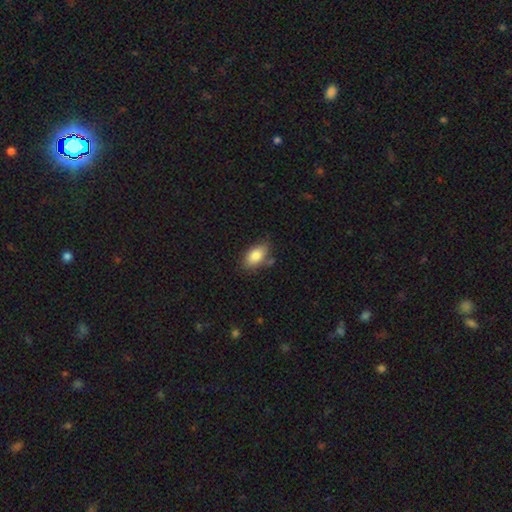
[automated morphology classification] Q: Smooth or featured?
A: smooth (84%); runner-up: featured or disk (9%)
Q: How rounded?
A: in between (91%); runner-up: round (5%)
Q: Merging?
A: none (72%); runner-up: minor disturbance (18%)